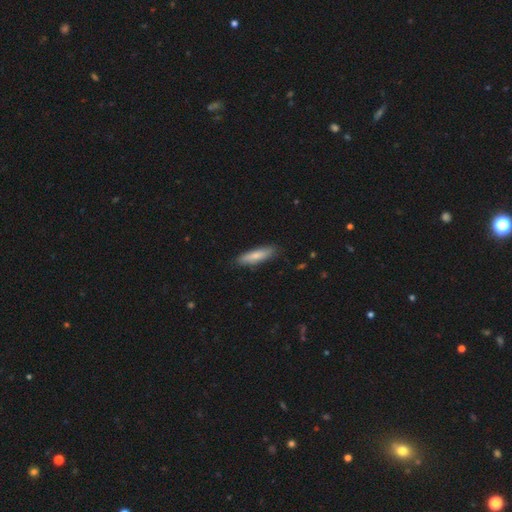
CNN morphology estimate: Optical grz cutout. It shows a smooth galaxy with no disk features (76%) that is cigar-shaped (69%). Merging: none (84%).